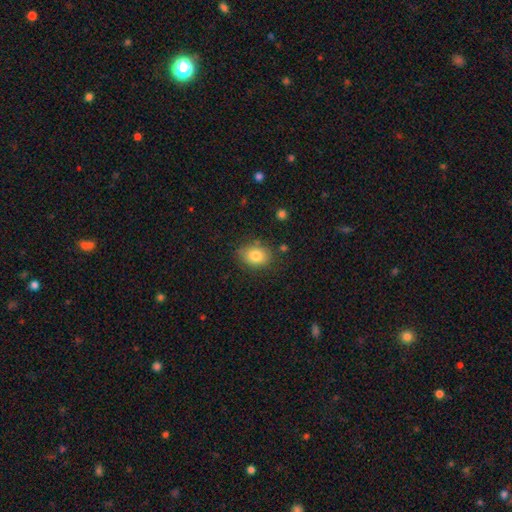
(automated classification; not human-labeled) Q: Smooth or featured?
A: smooth (82%); runner-up: featured or disk (9%)
Q: How rounded?
A: in between (68%); runner-up: round (31%)
Q: Merging?
A: none (80%); runner-up: minor disturbance (14%)